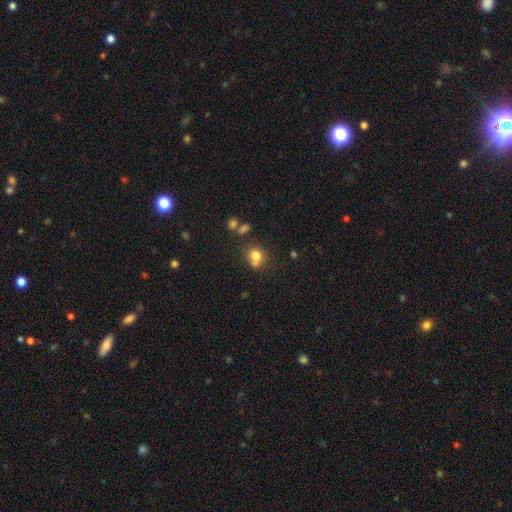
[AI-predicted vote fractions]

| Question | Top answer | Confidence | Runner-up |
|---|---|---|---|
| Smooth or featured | smooth | 77% | star or artifact (12%) |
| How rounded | round | 73% | in between (26%) |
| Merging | none | 51% | merger (24%) |